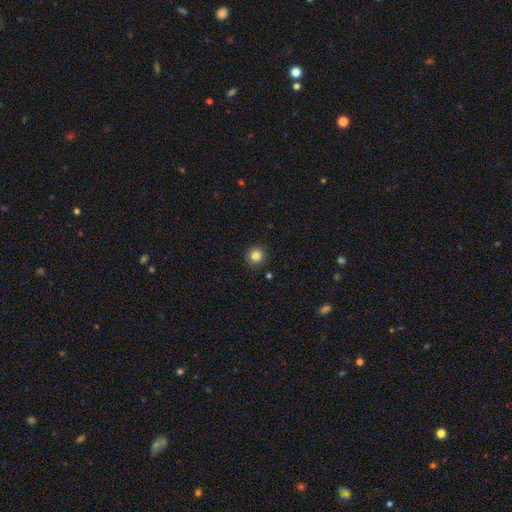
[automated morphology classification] The model was most divided on "smooth or featured": smooth: 85%, star or artifact: 11%, featured or disk: 4%. More confident: how rounded — round (94%); merging — none (91%).